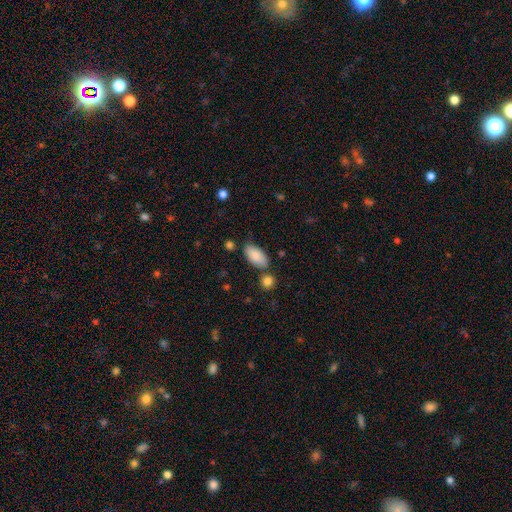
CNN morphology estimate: The model was most divided on "merging": none: 72%, minor disturbance: 16%, merger: 9%, major disturbance: 4%. More confident: how rounded — in between (93%); smooth or featured — smooth (88%).